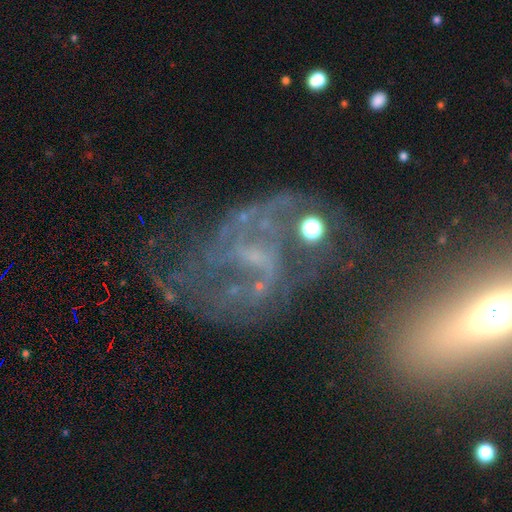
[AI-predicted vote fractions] Overall: featured or disk (78%). Edge-on disk: no (97%). Bar: weak (45%; no 33%). Spiral arms: yes (78%). Spiral arm count: 2 (69%). Spiral winding: loose (44%; medium 40%). Bulge size: none (43%; small 41%). Merging: none (37%; major disturbance 29%).